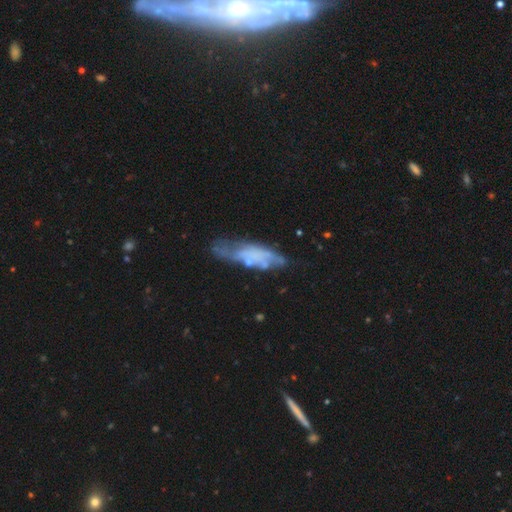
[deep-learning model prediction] smooth_or_featured: featured or disk (p=0.53) [alt: smooth p=0.38]
disk_edge_on: no (p=0.71) [alt: yes p=0.29]
merging: none (p=0.51) [alt: minor disturbance p=0.27]